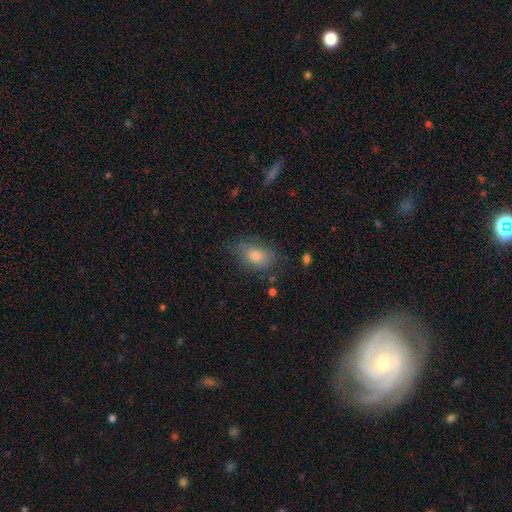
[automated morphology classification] The model was most divided on "merging": none: 69%, minor disturbance: 22%, major disturbance: 7%, merger: 2%. More confident: how rounded — in between (80%); smooth or featured — smooth (72%).